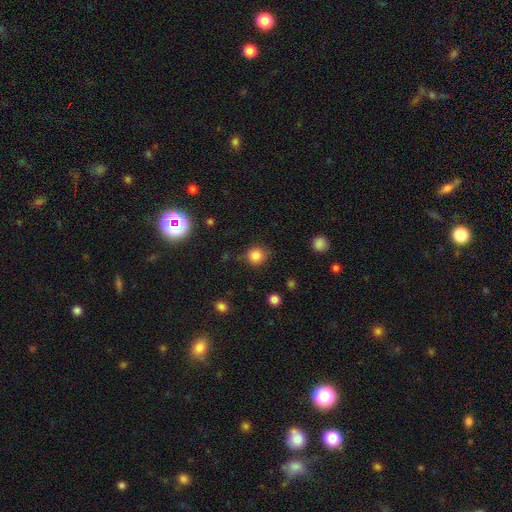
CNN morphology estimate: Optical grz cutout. It shows a smooth galaxy with no disk features (83%) that is round (91%). Merging: none (81%).